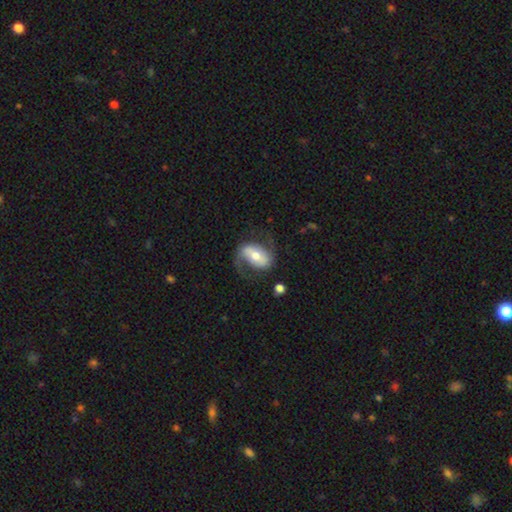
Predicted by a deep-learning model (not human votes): Smooth or featured?
  - featured or disk: 72% *
  - smooth: 23%
  - star or artifact: 6%
Edge-on disk?
  - no: 95% *
  - yes: 5%
Bar?
  - strong: 43% *
  - weak: 33%
  - no: 24%
Spiral arms?
  - yes: 87% *
  - no: 13%
Spiral winding?
  - loose: 45% *
  - medium: 41%
  - tight: 14%
Spiral arm count?
  - 2: 83% *
  - 1: 9%
  - can't tell: 5%
  - 3: 1%
  - 4: 1%
  - more than 4: 1%
Bulge size?
  - moderate: 64% *
  - small: 25%
  - large: 9%
  - dominant: 2%
  - none: 1%
Merging?
  - none: 62% *
  - minor disturbance: 18%
  - major disturbance: 17%
  - merger: 2%